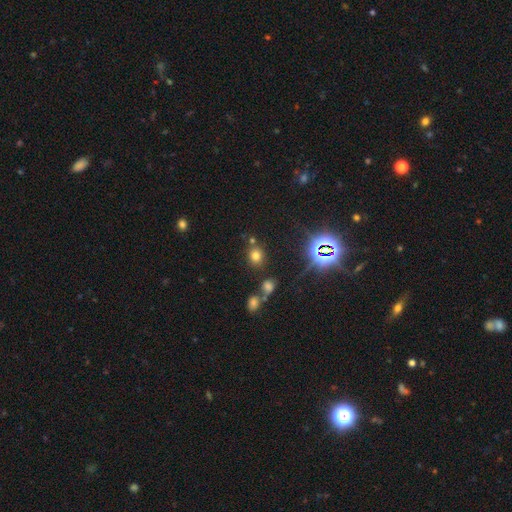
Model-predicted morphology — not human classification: Smooth or featured? smooth (67%)
How rounded? round (70%)
Merging? none (75%)